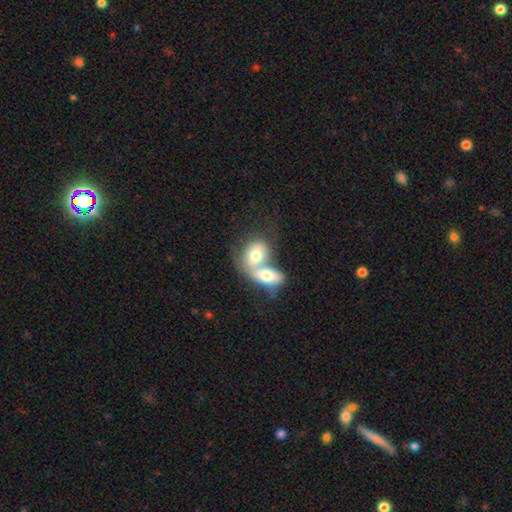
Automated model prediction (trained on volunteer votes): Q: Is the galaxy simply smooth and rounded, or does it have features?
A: smooth — 66%.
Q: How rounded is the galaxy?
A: in between — 71%.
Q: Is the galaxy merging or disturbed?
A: merger — 78%.